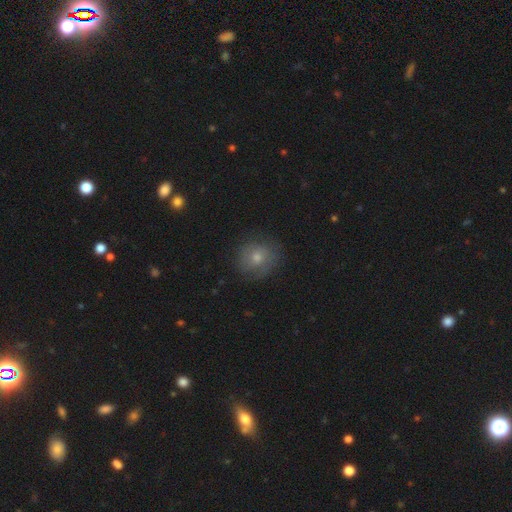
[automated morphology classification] smooth-or-featured: smooth: 57% | featured or disk: 27% | star or artifact: 16%
  how-rounded: round: 83% | in between: 16% | cigar-shaped: 1%
  merging: none: 81% | minor disturbance: 14% | major disturbance: 4% | merger: 1%